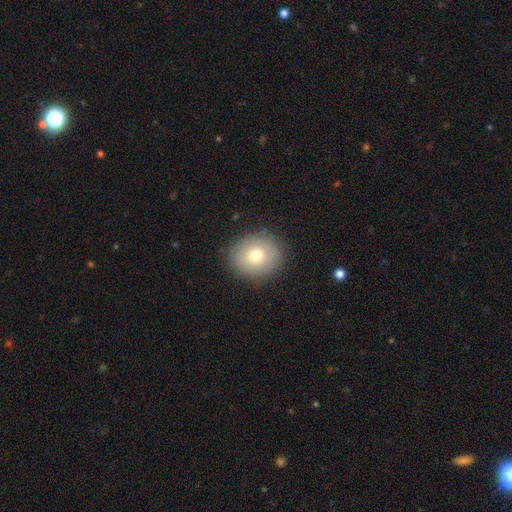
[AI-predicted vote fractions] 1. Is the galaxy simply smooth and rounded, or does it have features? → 74% smooth, 15% featured or disk, 11% star or artifact.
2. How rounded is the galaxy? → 81% round, 18% in between, 1% cigar-shaped.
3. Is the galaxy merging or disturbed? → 88% none, 8% minor disturbance, 3% major disturbance, 1% merger.